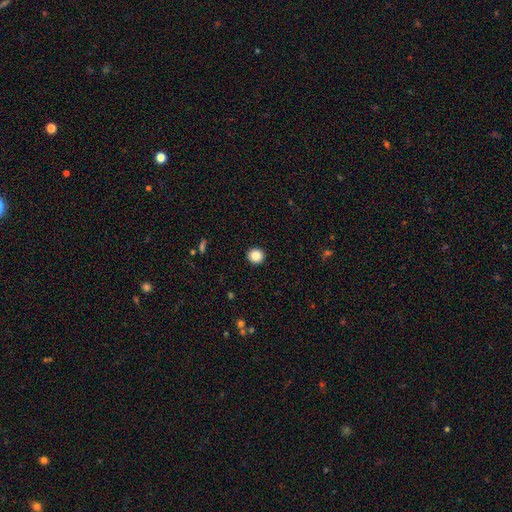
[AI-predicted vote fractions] Smooth or featured?
  - smooth: 86% *
  - star or artifact: 10%
  - featured or disk: 4%
How rounded?
  - round: 93% *
  - in between: 7%
  - cigar-shaped: 1%
Merging?
  - none: 93% *
  - minor disturbance: 4%
  - major disturbance: 1%
  - merger: 1%